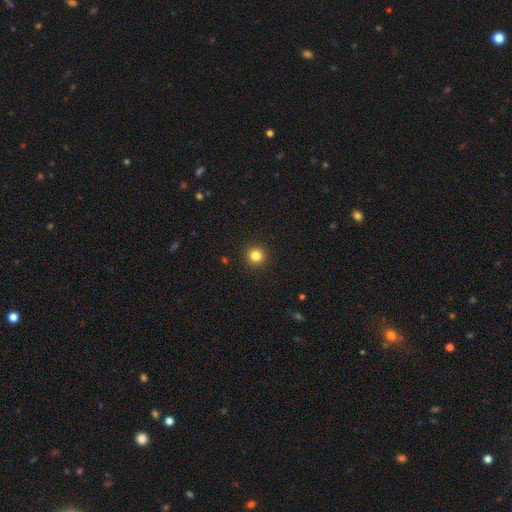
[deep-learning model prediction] A smooth galaxy with no disk features (83%) that is round (95%).

Vote fractions:
- Smooth or featured? smooth: 83% / star or artifact: 12% / featured or disk: 5%
- How rounded? round: 95% / in between: 4% / cigar-shaped: 1%
- Merging? none: 93% / minor disturbance: 4% / major disturbance: 2% / merger: 1%